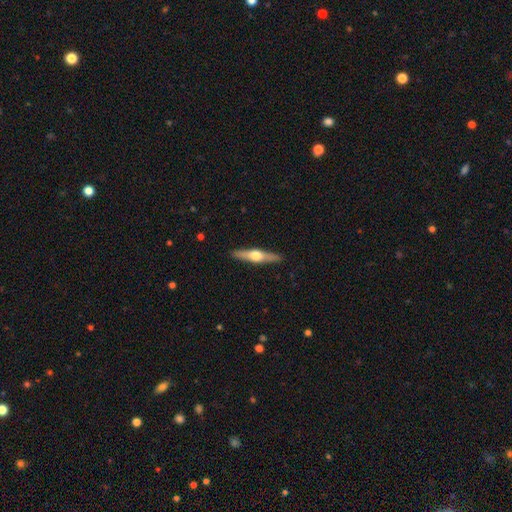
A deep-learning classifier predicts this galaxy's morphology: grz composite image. It shows a featured or disk galaxy (64%) viewed edge-on (96%) with a rounded central bulge (95%). Merging: none (91%).